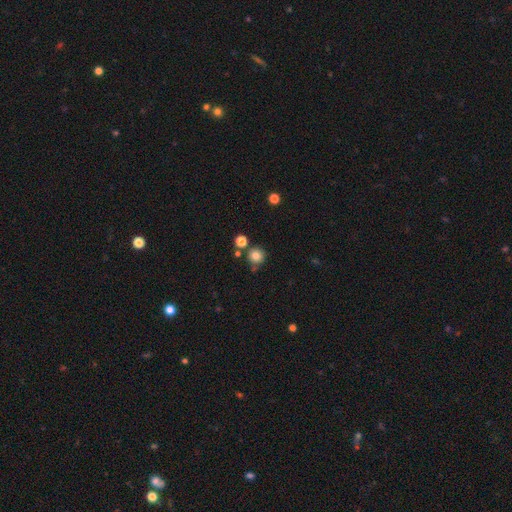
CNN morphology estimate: Smooth or featured?
  - smooth: 80% *
  - star or artifact: 13%
  - featured or disk: 7%
How rounded?
  - round: 93% *
  - in between: 6%
  - cigar-shaped: 1%
Merging?
  - none: 75% *
  - merger: 11%
  - minor disturbance: 11%
  - major disturbance: 3%